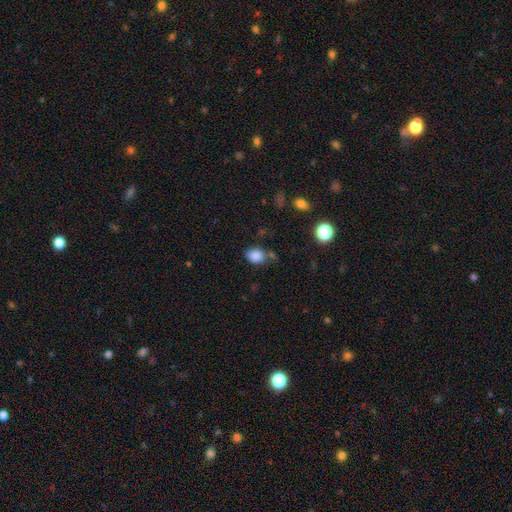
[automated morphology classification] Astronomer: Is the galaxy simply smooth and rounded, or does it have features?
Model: smooth — 83%.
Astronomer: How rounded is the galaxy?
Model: in between — 56% (runner-up: round, 42%).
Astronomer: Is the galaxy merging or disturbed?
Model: none — 58%.